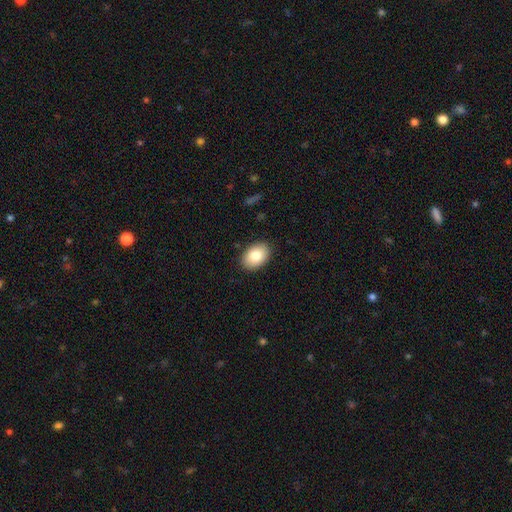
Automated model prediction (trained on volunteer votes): Morphology: type=smooth (83%); roundness=in between (84%); merging=none (89%).